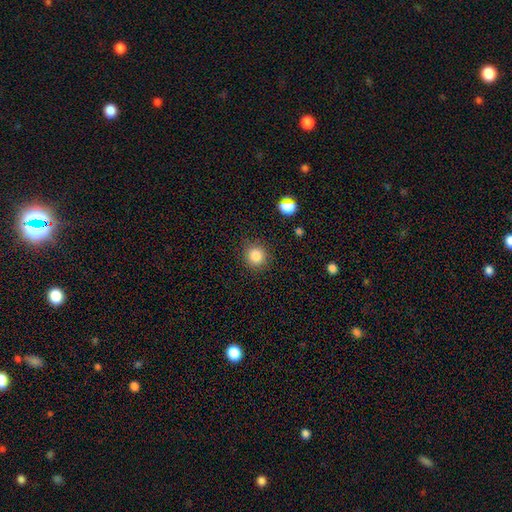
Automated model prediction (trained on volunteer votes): Smooth or featured?
  - smooth: 85% *
  - star or artifact: 11%
  - featured or disk: 4%
How rounded?
  - round: 90% *
  - in between: 9%
  - cigar-shaped: 1%
Merging?
  - none: 87% *
  - minor disturbance: 8%
  - major disturbance: 3%
  - merger: 2%